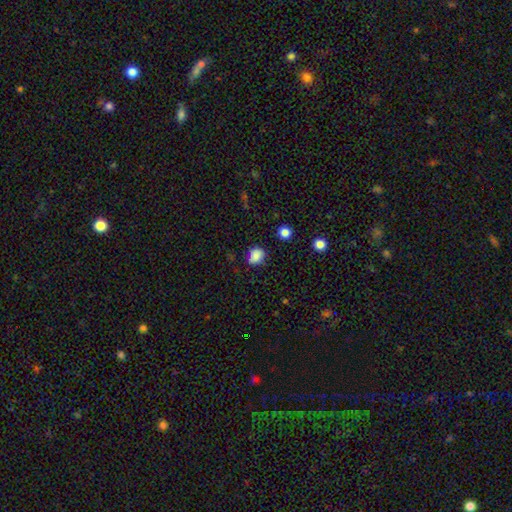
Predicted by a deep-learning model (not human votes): Overall: smooth (84%). How rounded: round (56%; in between 43%). Merging: none (69%).